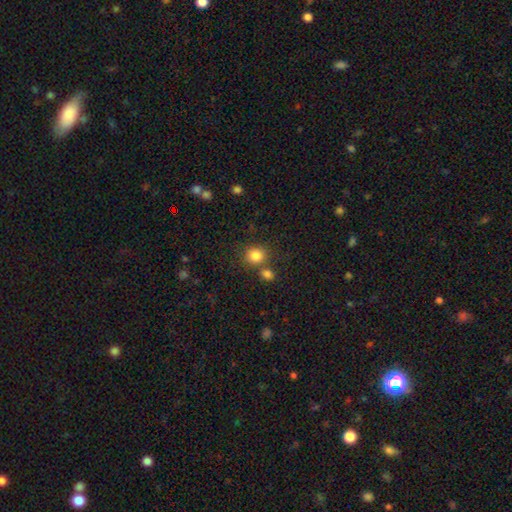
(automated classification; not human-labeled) smooth 83%, star or artifact 11%, featured or disk 6%. Down the decision tree: how rounded — round (84%); merging — none (71%).